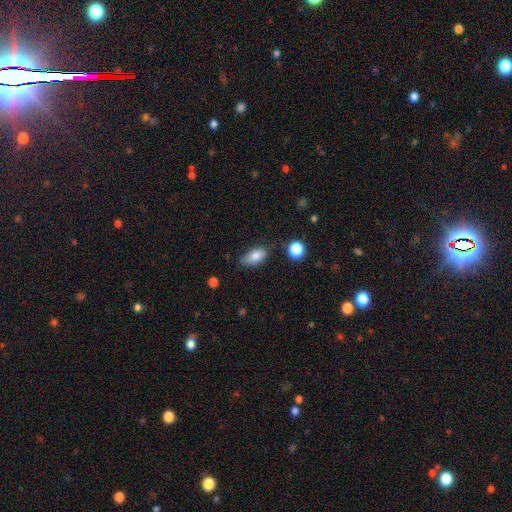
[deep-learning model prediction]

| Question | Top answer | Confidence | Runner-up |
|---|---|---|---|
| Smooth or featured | smooth | 81% | featured or disk (11%) |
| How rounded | in between | 87% | cigar-shaped (7%) |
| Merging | none | 64% | minor disturbance (27%) |